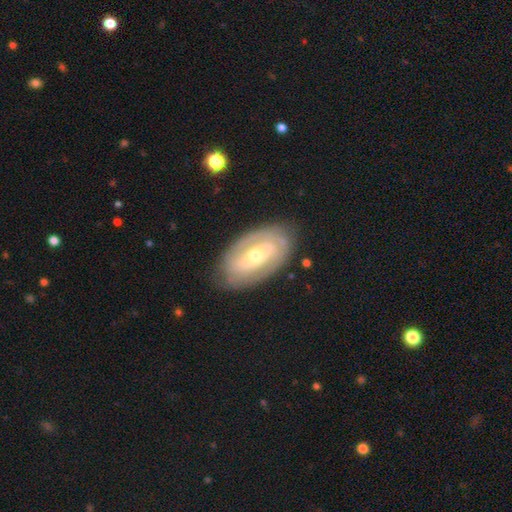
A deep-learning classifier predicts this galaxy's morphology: featured or disk 74%, smooth 20%, star or artifact 6%. Down the decision tree: edge-on disk — no (93%); bar — no (36%); spiral arms — yes (73%); spiral arm count — 2 (50%); spiral winding — tight (63%); bulge size — small (48%); merging — none (80%).